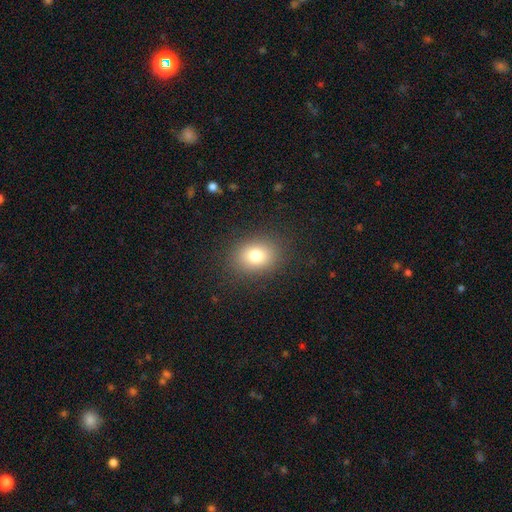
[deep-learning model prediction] Smooth or featured? smooth (78%)
How rounded? in between (52%)
Merging? none (87%)